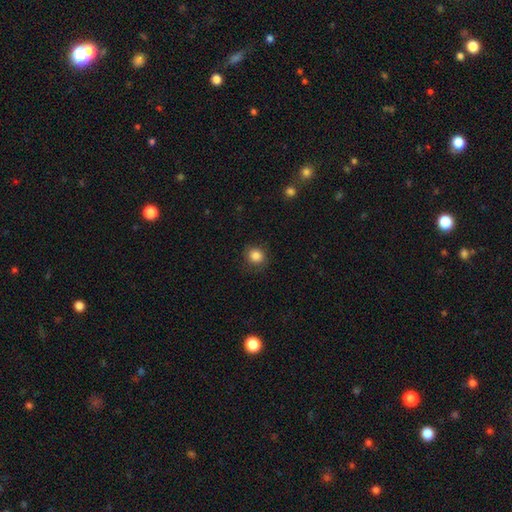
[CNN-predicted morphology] Q: Smooth or featured?
A: smooth (85%); runner-up: star or artifact (10%)
Q: How rounded?
A: round (82%); runner-up: in between (17%)
Q: Merging?
A: none (80%); runner-up: minor disturbance (15%)